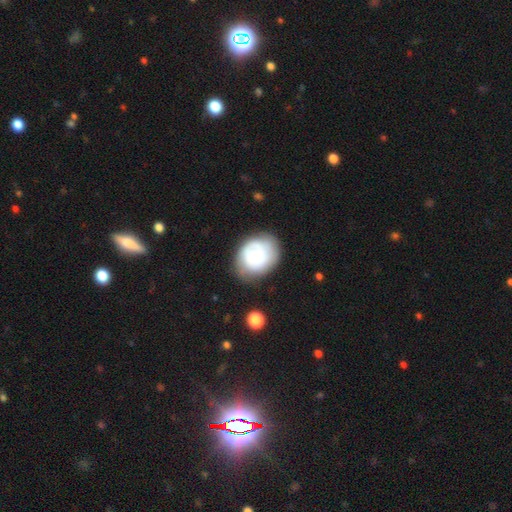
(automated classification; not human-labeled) This appears to be a featured or disk galaxy (47%). Merging: none (66%).